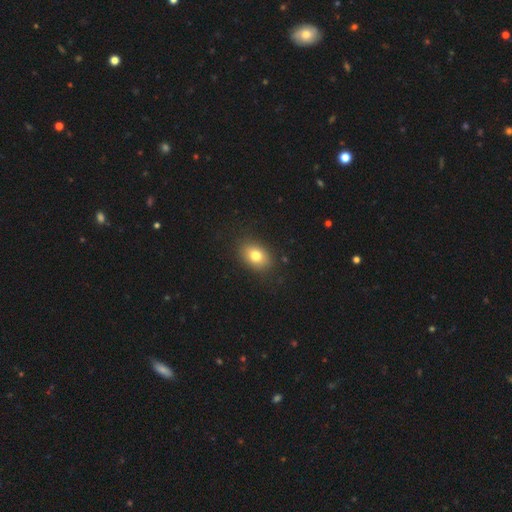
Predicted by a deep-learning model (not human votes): Q: Smooth or featured?
A: smooth (79%); runner-up: featured or disk (11%)
Q: How rounded?
A: in between (77%); runner-up: round (22%)
Q: Merging?
A: none (86%); runner-up: minor disturbance (10%)